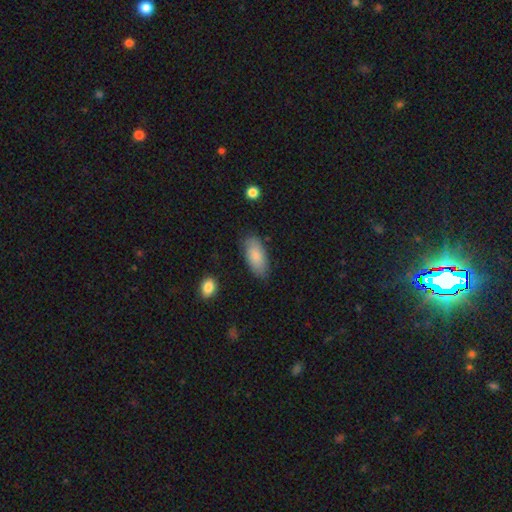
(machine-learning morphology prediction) Q: Smooth or featured?
A: smooth (83%); runner-up: featured or disk (11%)
Q: How rounded?
A: in between (90%); runner-up: cigar-shaped (8%)
Q: Merging?
A: none (81%); runner-up: minor disturbance (15%)